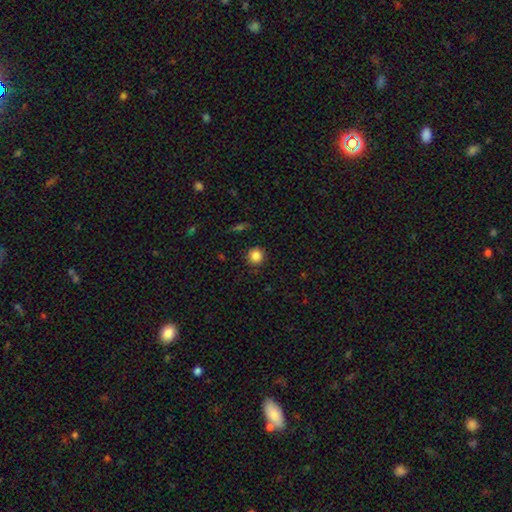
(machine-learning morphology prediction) type=smooth (85%); roundness=round (94%); merging=none (91%).